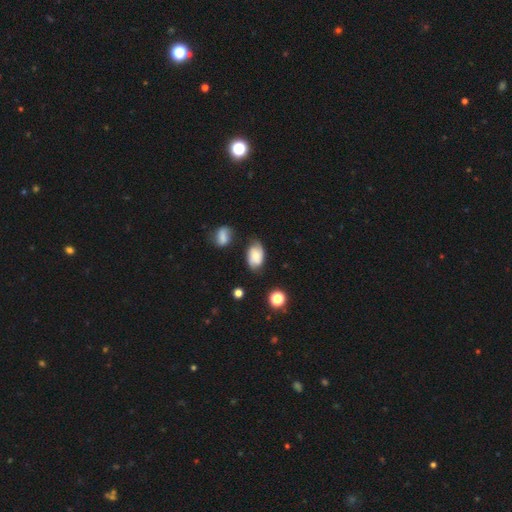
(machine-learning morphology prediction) Smooth or featured?
  - smooth: 52% *
  - featured or disk: 38%
  - star or artifact: 9%
How rounded?
  - in between: 88% *
  - round: 11%
  - cigar-shaped: 2%
Merging?
  - none: 65% *
  - minor disturbance: 24%
  - major disturbance: 6%
  - merger: 5%